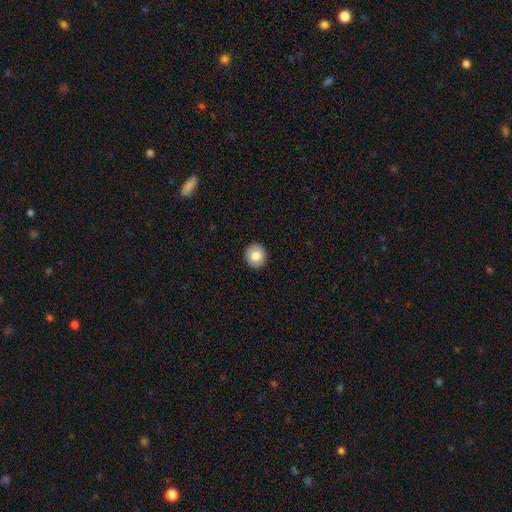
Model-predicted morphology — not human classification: Smooth or featured: smooth — 82% (featured or disk — 9%)
How rounded: round — 81% (in between — 18%)
Merging: none — 92% (minor disturbance — 6%)